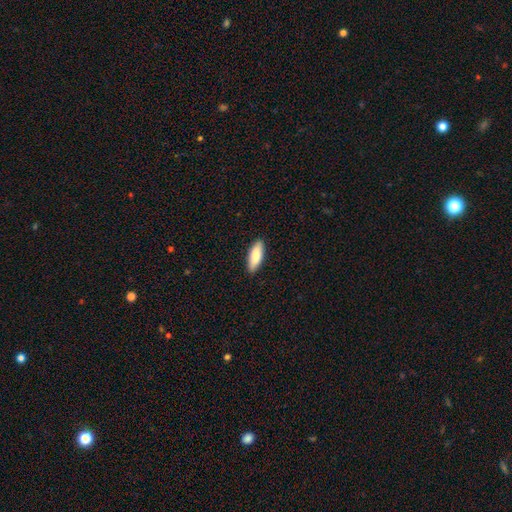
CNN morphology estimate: This is clearly a smooth galaxy (86%). How rounded: likely in between (65%). Merging: clearly none (89%).